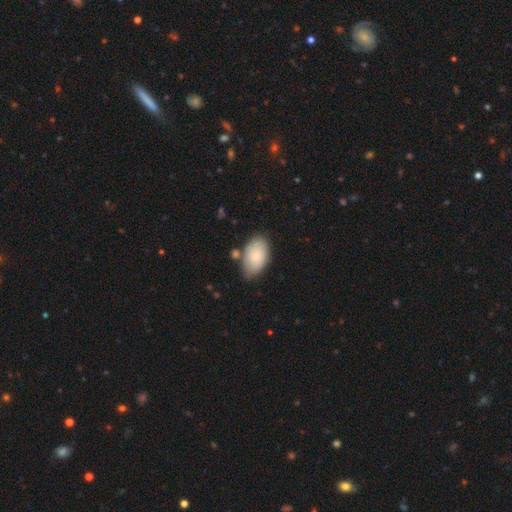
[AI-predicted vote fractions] This is likely a smooth galaxy (75%). How rounded: clearly in between (93%). Merging: likely none (70%).